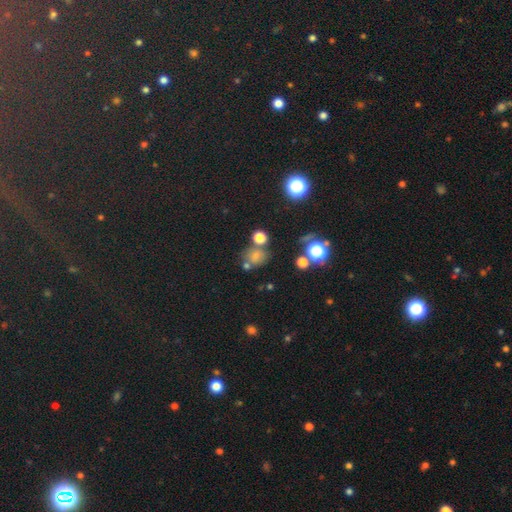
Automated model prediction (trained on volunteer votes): smooth 65%, star or artifact 24%, featured or disk 11%. Down the decision tree: how rounded — round (69%); merging — none (61%).